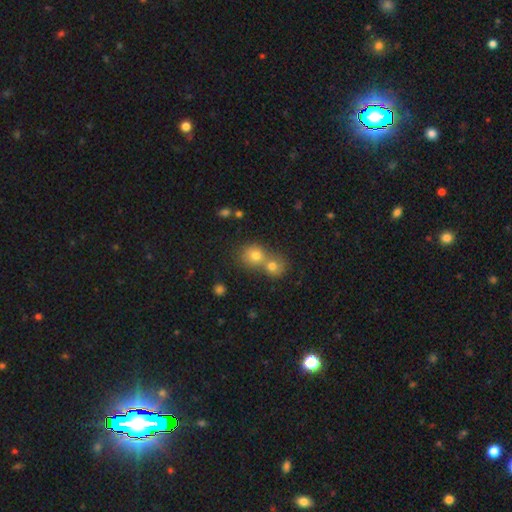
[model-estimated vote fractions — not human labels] Smooth or featured? smooth (75%)
How rounded? round (76%)
Merging? merger (61%)